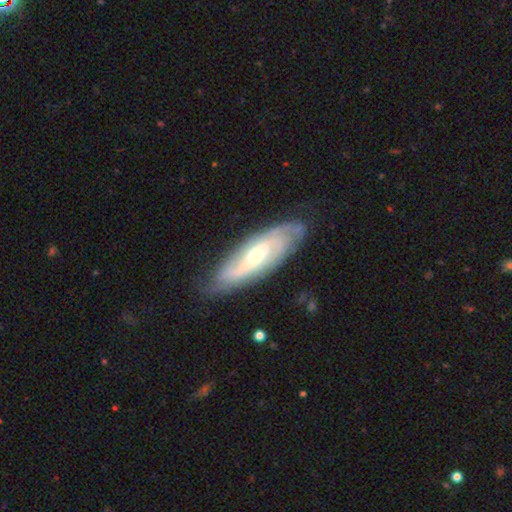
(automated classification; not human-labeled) featured or disk 77%, smooth 17%, star or artifact 5%. Down the decision tree: edge-on disk — no (82%); bar — no (52%); spiral arms — yes (92%); spiral arm count — can't tell (41%); spiral winding — tight (55%); bulge size — moderate (55%); merging — none (78%).